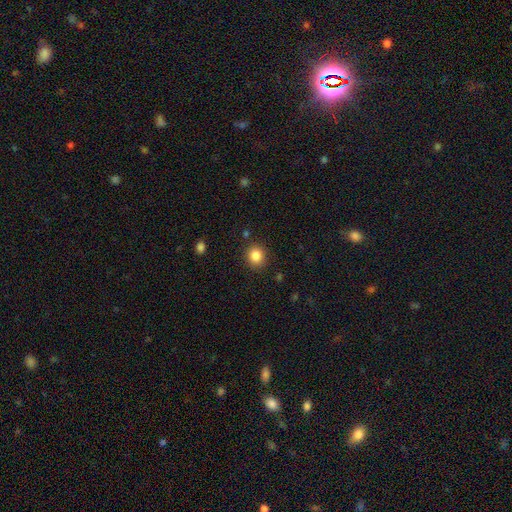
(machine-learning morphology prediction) smooth-or-featured: smooth: 86% | star or artifact: 10% | featured or disk: 4%
  how-rounded: round: 77% | in between: 22% | cigar-shaped: 1%
  merging: none: 87% | minor disturbance: 8% | major disturbance: 3% | merger: 2%